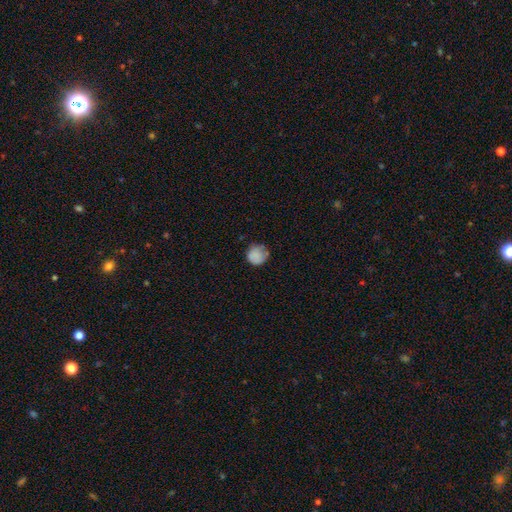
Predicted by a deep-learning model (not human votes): The model was most divided on "merging": none: 66%, minor disturbance: 25%, major disturbance: 7%, merger: 2%. More confident: how rounded — round (89%); smooth or featured — smooth (83%).